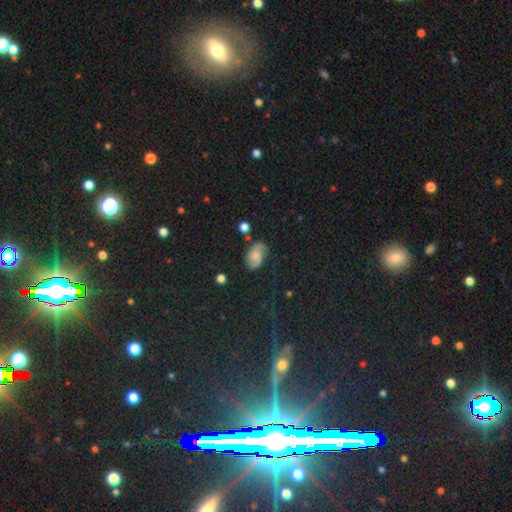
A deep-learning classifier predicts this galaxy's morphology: A smooth galaxy with no disk features (48%).

Vote fractions:
- Smooth or featured? smooth: 48% / featured or disk: 35% / star or artifact: 17%
- Merging? none: 62% / minor disturbance: 25% / major disturbance: 10% / merger: 4%